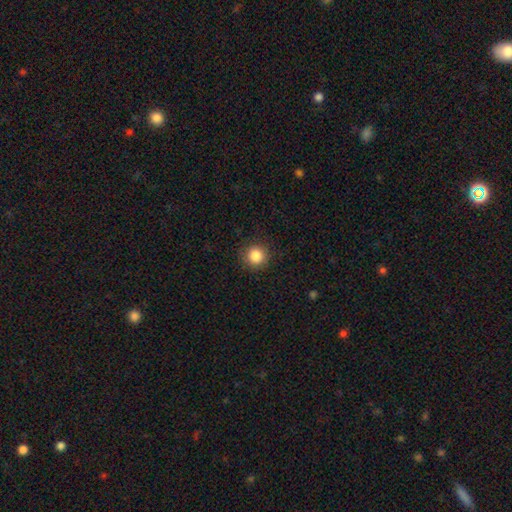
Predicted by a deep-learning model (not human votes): smooth_or_featured: smooth (p=0.86) [alt: star or artifact p=0.10]
how_rounded: round (p=0.94) [alt: in between p=0.05]
merging: none (p=0.89) [alt: minor disturbance p=0.07]